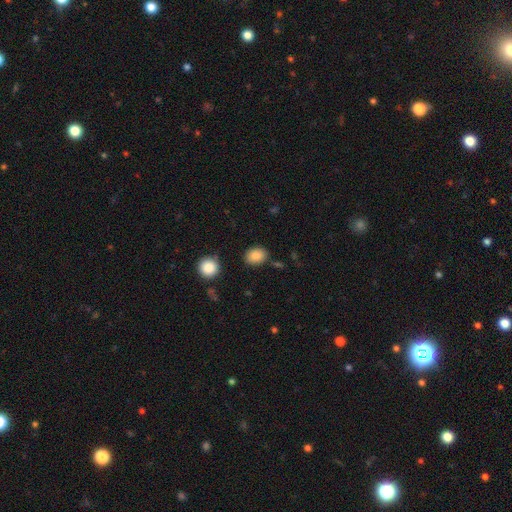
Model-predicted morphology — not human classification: The model was most divided on "how rounded": in between: 59%, round: 40%, cigar-shaped: 1%. More confident: smooth or featured — smooth (86%); merging — none (81%).